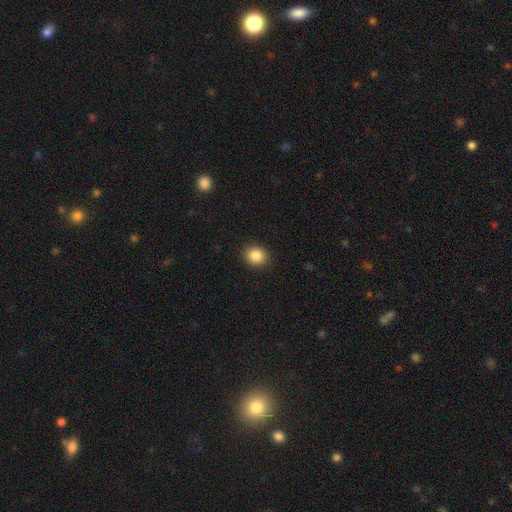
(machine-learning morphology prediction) A smooth galaxy with no disk features (86%) that is round (70%).

Vote fractions:
- Smooth or featured? smooth: 86% / star or artifact: 10% / featured or disk: 4%
- How rounded? round: 70% / in between: 29% / cigar-shaped: 1%
- Merging? none: 91% / minor disturbance: 7% / major disturbance: 2% / merger: 1%